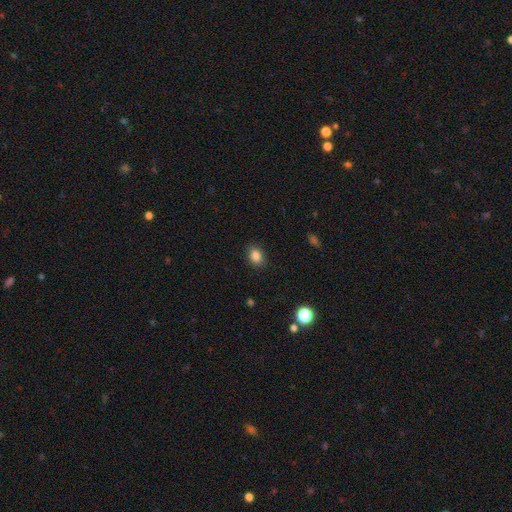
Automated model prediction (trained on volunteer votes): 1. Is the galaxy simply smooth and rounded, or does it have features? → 85% smooth, 11% star or artifact, 4% featured or disk.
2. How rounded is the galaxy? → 61% in between, 37% round, 1% cigar-shaped.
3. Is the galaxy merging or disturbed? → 87% none, 10% minor disturbance, 3% major disturbance, 1% merger.